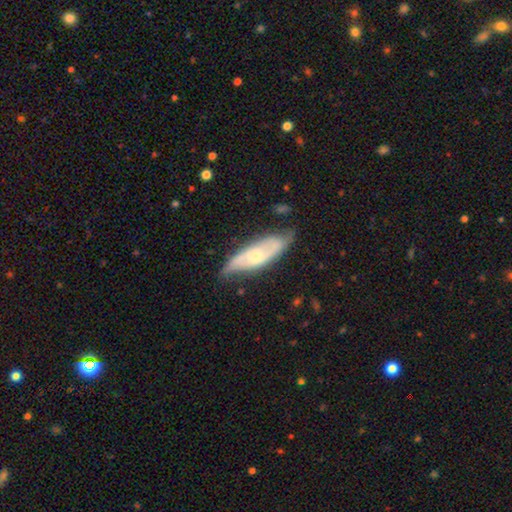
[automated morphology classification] This is likely a featured or disk galaxy (66%). It is likely not viewed edge-on (78%). Bar: possibly no (53%). Spiral arm pattern: clearly yes (85%). Central bulge: possibly moderate (45%, tied with small). Merging: likely none (68%).